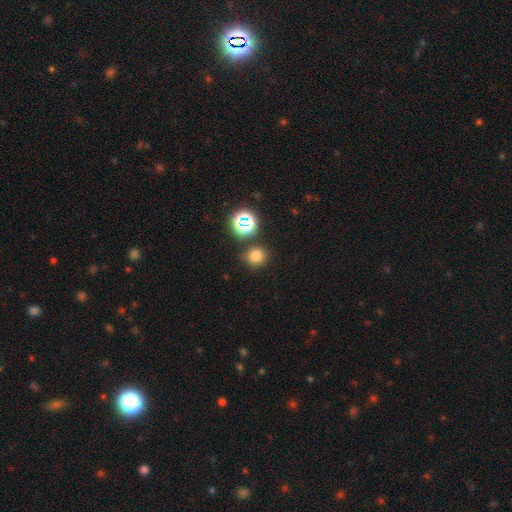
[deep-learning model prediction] Smooth or featured: smooth — 74% (star or artifact — 20%)
How rounded: round — 90% (in between — 9%)
Merging: none — 81% (minor disturbance — 9%)